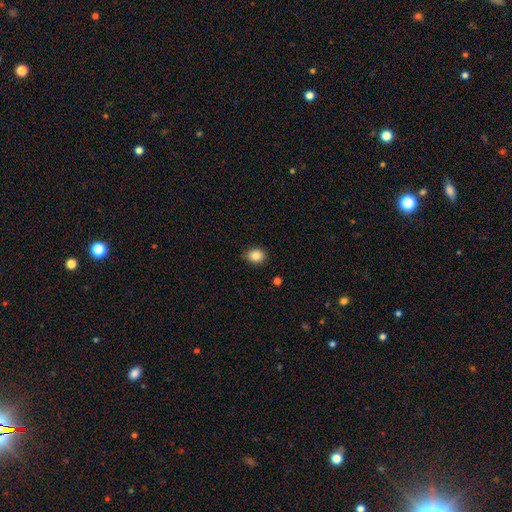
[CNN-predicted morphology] smooth-or-featured: smooth: 86% | star or artifact: 9% | featured or disk: 5%
  how-rounded: round: 56% | in between: 43% | cigar-shaped: 1%
  merging: none: 84% | minor disturbance: 12% | major disturbance: 2% | merger: 1%